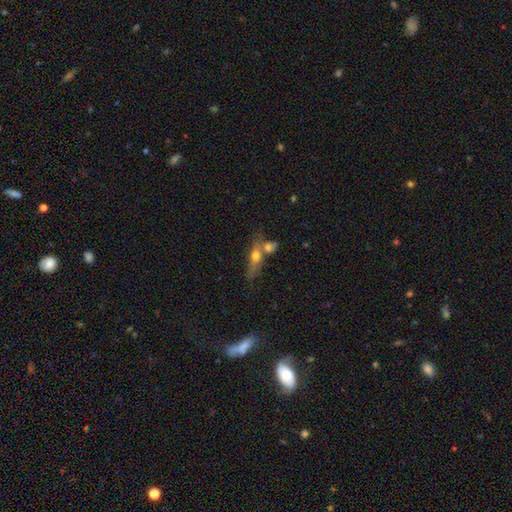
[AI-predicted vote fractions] Q: Smooth or featured?
A: smooth (55%); runner-up: featured or disk (36%)
Q: How rounded?
A: in between (50%); runner-up: cigar-shaped (39%)
Q: Merging?
A: merger (48%); runner-up: none (32%)